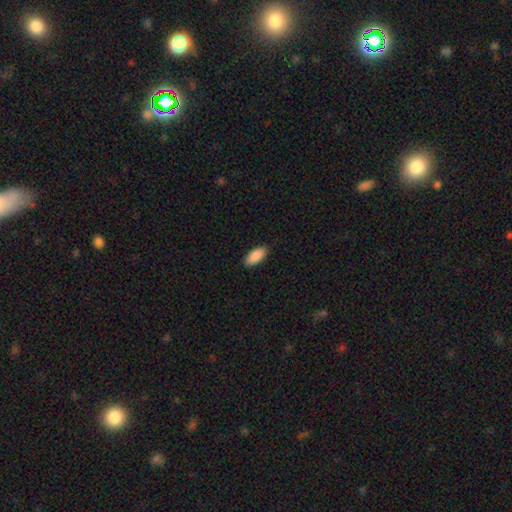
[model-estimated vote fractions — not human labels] The model was most divided on "how rounded": in between: 89%, cigar-shaped: 10%, round: 2%. More confident: smooth or featured — smooth (90%); merging — none (89%).